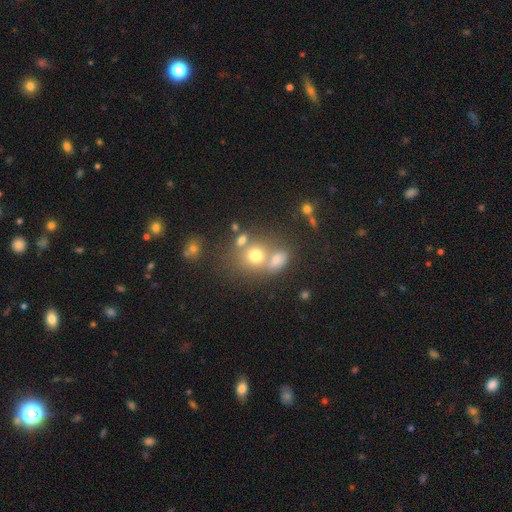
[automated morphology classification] smooth_or_featured: smooth (p=0.68) [alt: star or artifact p=0.17]
how_rounded: round (p=0.70) [alt: in between p=0.29]
merging: none (p=0.44) [alt: merger p=0.40]